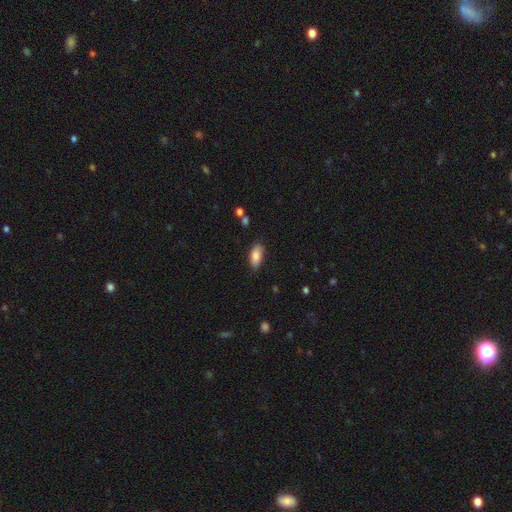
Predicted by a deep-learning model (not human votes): smooth-or-featured: smooth: 85% | featured or disk: 8% | star or artifact: 7%
  how-rounded: in between: 89% | cigar-shaped: 9% | round: 2%
  merging: none: 80% | minor disturbance: 16% | major disturbance: 3% | merger: 2%